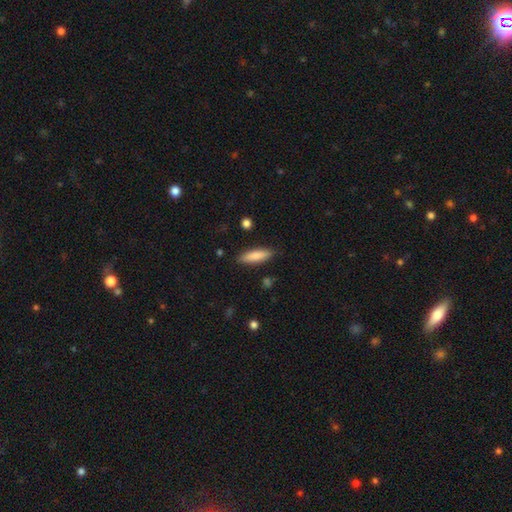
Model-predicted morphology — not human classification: type=smooth (81%); roundness=cigar-shaped (61%); merging=none (87%).